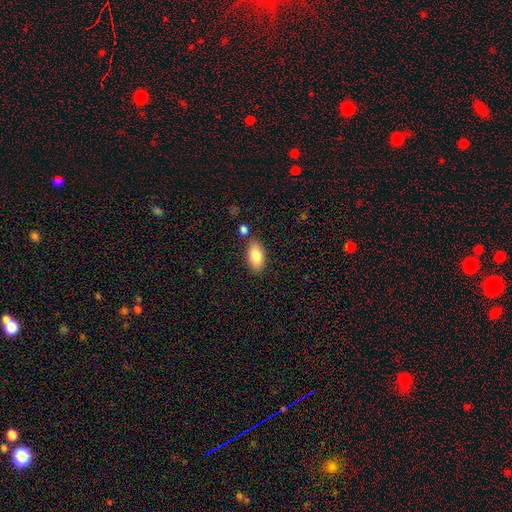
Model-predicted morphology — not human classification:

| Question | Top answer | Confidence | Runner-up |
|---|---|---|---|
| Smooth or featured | smooth | 83% | featured or disk (10%) |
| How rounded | in between | 92% | cigar-shaped (4%) |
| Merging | none | 81% | minor disturbance (11%) |